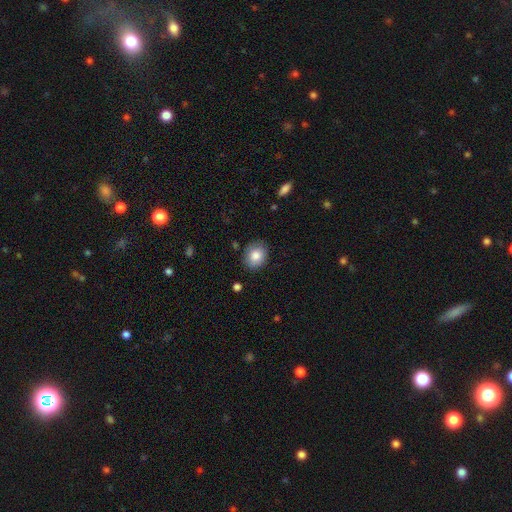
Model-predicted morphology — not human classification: smooth 83%, featured or disk 8%, star or artifact 8%. Down the decision tree: how rounded — round (55%); merging — none (84%).